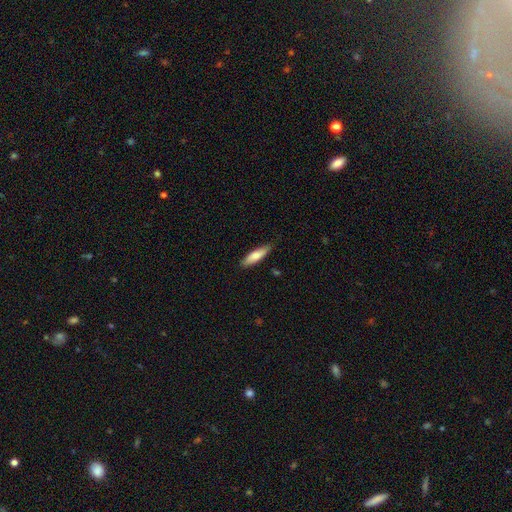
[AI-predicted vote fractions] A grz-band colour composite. It shows a smooth galaxy with no disk features (75%) that is cigar-shaped (61%). Merging: none (85%).